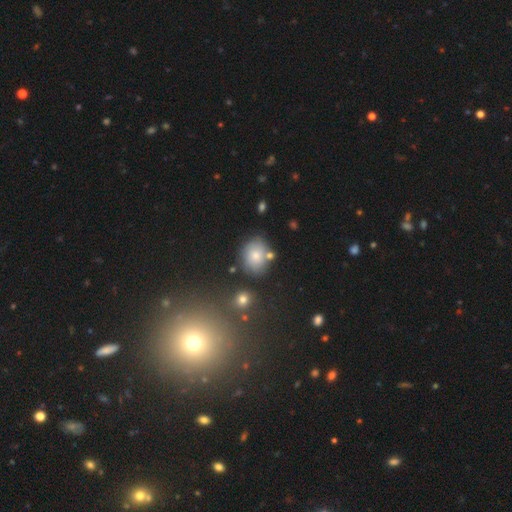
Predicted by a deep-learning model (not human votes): Smooth or featured? Predicted: smooth (p=0.69). How rounded? Predicted: round (p=0.61). Merging? Predicted: none (p=0.66).